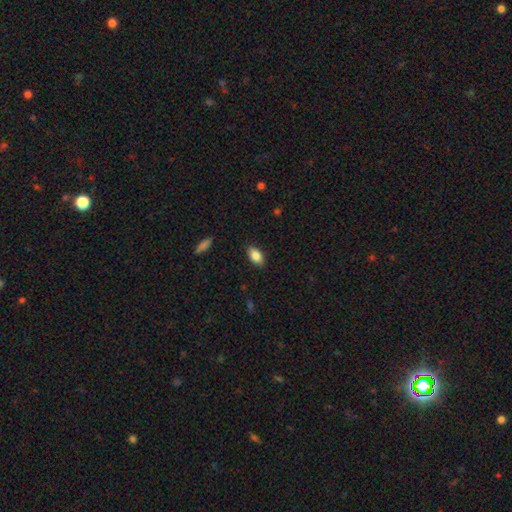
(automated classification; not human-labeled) smooth-or-featured: smooth: 85% | featured or disk: 8% | star or artifact: 8%
  how-rounded: in between: 91% | round: 6% | cigar-shaped: 3%
  merging: none: 87% | minor disturbance: 10% | major disturbance: 2% | merger: 1%